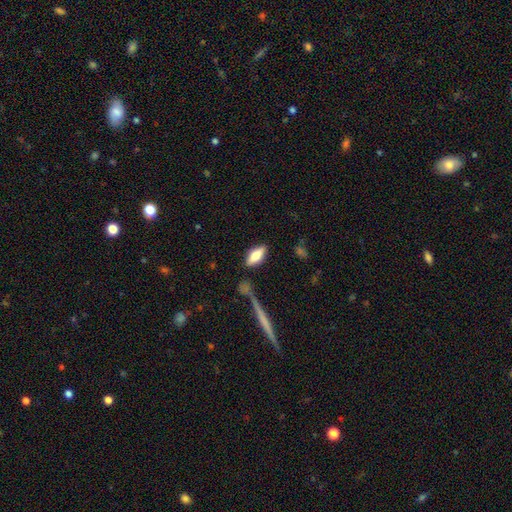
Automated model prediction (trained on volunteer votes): Overall: smooth (65%; featured or disk 28%). How rounded: in between (75%). Merging: none (81%).